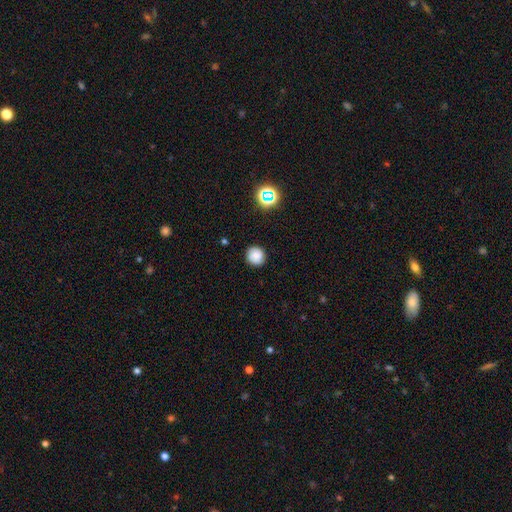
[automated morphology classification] Smooth or featured? smooth (81%)
How rounded? round (93%)
Merging? none (89%)